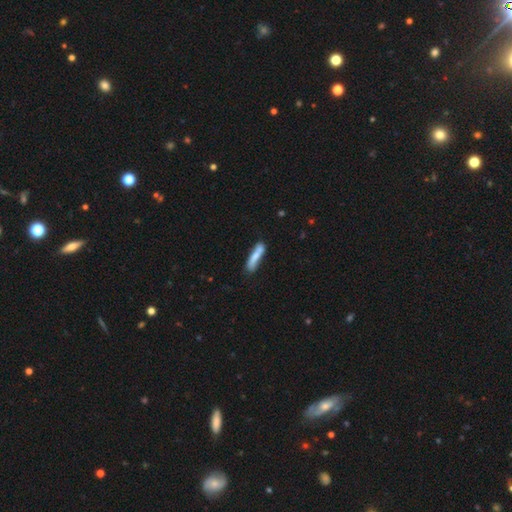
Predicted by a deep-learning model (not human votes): A smooth galaxy with no disk features (72%) that is cigar-shaped (83%). Merging: none (58%).